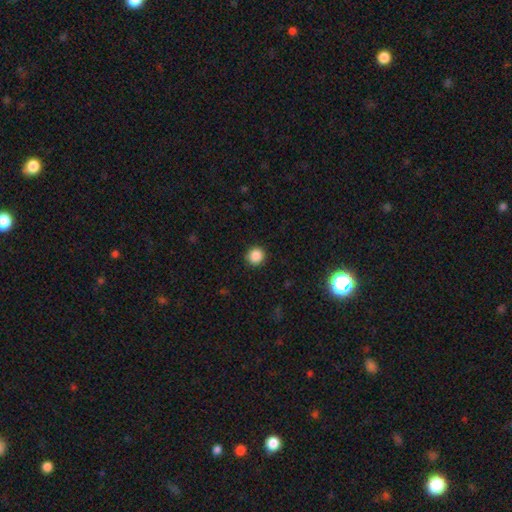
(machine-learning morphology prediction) smooth_or_featured: smooth (p=0.87) [alt: star or artifact p=0.10]
how_rounded: round (p=0.93) [alt: in between p=0.06]
merging: none (p=0.91) [alt: minor disturbance p=0.06]